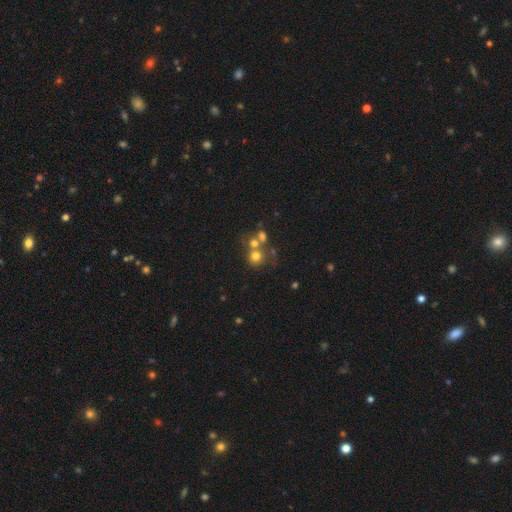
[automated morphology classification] Overall: smooth (66%). How rounded: round (84%). Merging: none (44%; merger 42%).